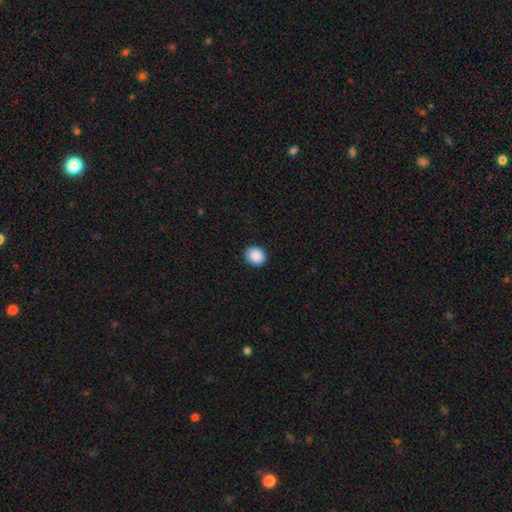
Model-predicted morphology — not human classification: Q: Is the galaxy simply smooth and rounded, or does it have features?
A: smooth — 90%.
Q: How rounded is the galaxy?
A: round — 73%.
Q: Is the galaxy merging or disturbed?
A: none — 90%.